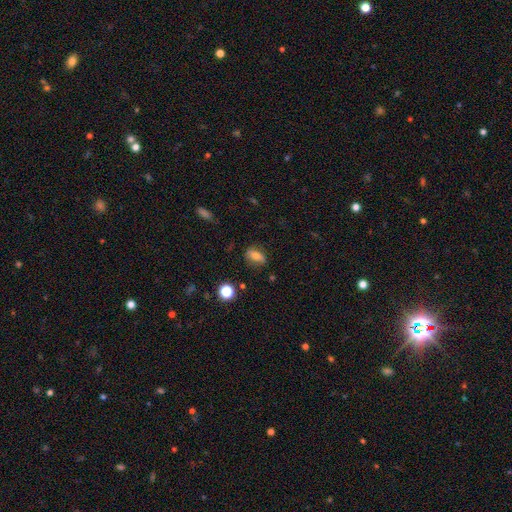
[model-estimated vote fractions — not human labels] smooth-or-featured: smooth: 71% | featured or disk: 16% | star or artifact: 12%
  how-rounded: in between: 78% | round: 15% | cigar-shaped: 7%
  merging: none: 77% | minor disturbance: 17% | major disturbance: 5% | merger: 2%